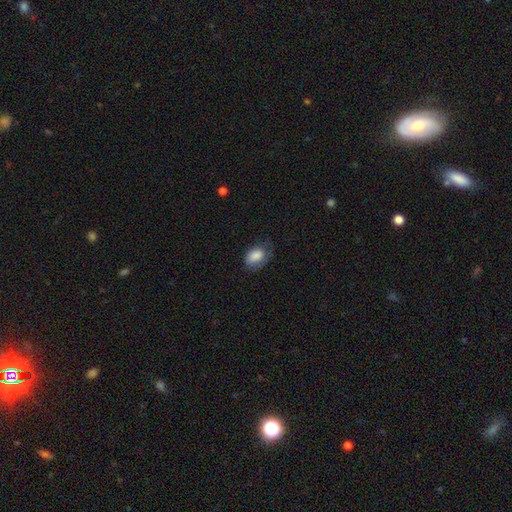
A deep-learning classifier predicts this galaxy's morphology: smooth-or-featured: smooth: 84% | featured or disk: 9% | star or artifact: 7%
  how-rounded: in between: 84% | round: 14% | cigar-shaped: 1%
  merging: none: 53% | minor disturbance: 32% | major disturbance: 14% | merger: 1%